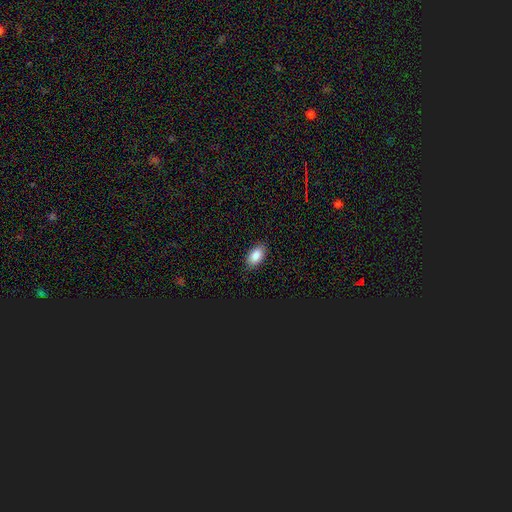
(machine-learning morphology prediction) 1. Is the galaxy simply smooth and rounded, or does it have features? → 88% smooth, 8% star or artifact, 5% featured or disk.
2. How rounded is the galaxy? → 92% in between, 5% round, 2% cigar-shaped.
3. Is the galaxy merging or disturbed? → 87% none, 10% minor disturbance, 2% major disturbance, 1% merger.